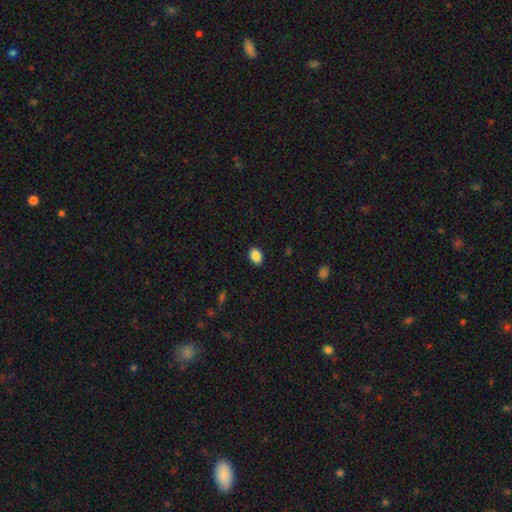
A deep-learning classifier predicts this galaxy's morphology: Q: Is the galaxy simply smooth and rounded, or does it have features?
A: smooth — 88%.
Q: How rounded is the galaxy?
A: in between — 76%.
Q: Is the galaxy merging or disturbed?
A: none — 89%.